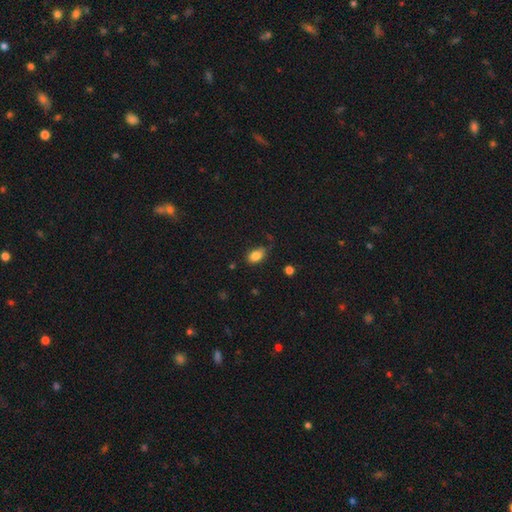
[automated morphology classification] Smooth or featured? smooth (84%)
How rounded? in between (85%)
Merging? none (67%)